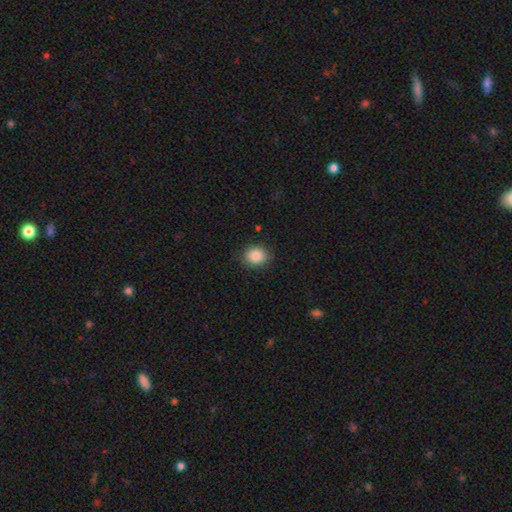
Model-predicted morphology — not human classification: Overall: smooth (87%). How rounded: round (60%; in between 39%). Merging: none (87%).